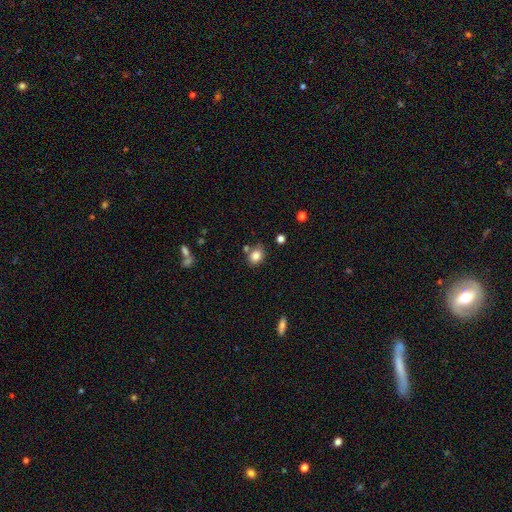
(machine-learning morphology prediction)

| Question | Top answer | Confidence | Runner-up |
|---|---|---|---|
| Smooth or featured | smooth | 84% | star or artifact (10%) |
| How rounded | round | 55% | in between (44%) |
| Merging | none | 68% | minor disturbance (17%) |